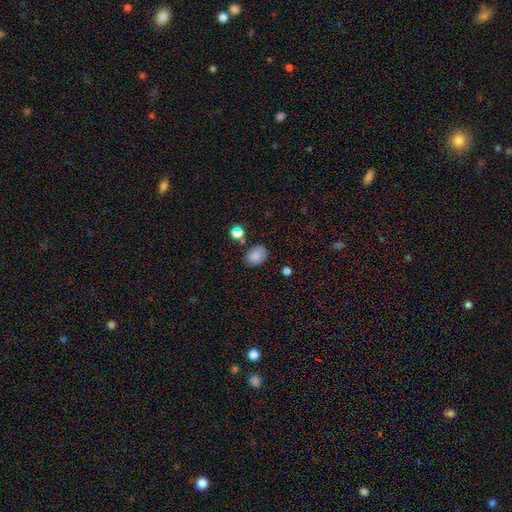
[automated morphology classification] Smooth or featured?
  - smooth: 83% *
  - star or artifact: 10%
  - featured or disk: 7%
How rounded?
  - in between: 71% *
  - round: 28%
  - cigar-shaped: 1%
Merging?
  - none: 74% *
  - minor disturbance: 17%
  - merger: 5%
  - major disturbance: 4%